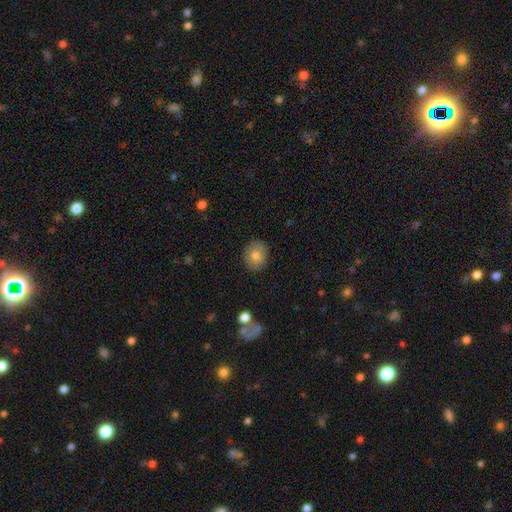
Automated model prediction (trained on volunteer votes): This appears to be a smooth galaxy with no disk features (76%) that is round (64%). Merging: none (86%).